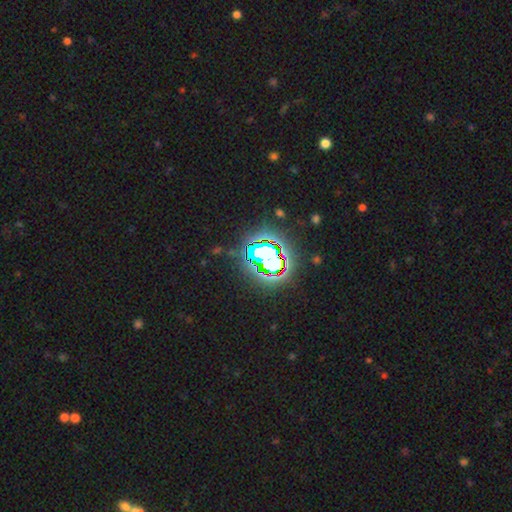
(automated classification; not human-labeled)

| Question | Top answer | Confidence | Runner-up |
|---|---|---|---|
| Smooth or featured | star or artifact | 82% | smooth (11%) |